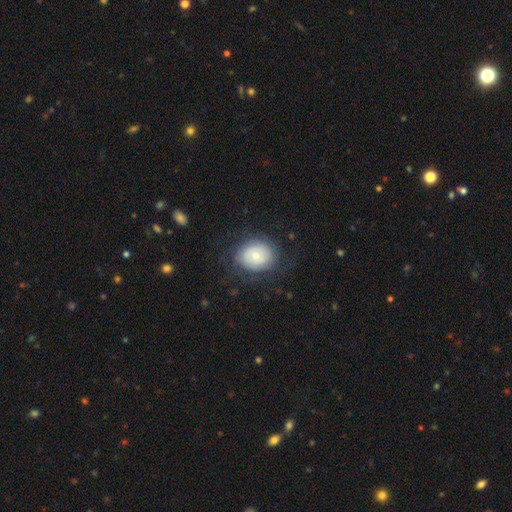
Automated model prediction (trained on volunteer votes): Morphology: type=smooth (56%); roundness=round (56%); merging=none (74%).